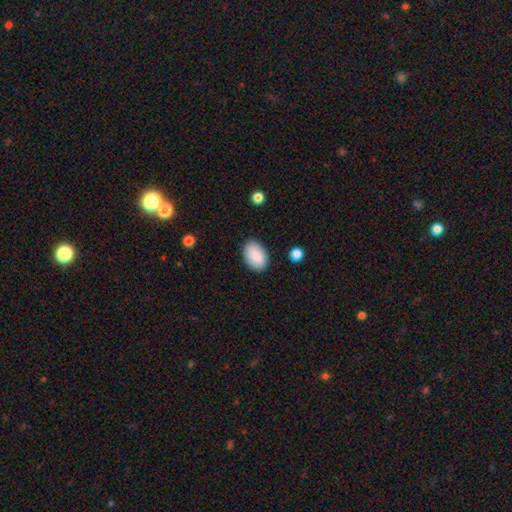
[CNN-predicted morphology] Smooth or featured?
  - smooth: 89% *
  - star or artifact: 6%
  - featured or disk: 4%
How rounded?
  - in between: 92% *
  - round: 7%
  - cigar-shaped: 1%
Merging?
  - none: 86% *
  - minor disturbance: 10%
  - major disturbance: 2%
  - merger: 1%